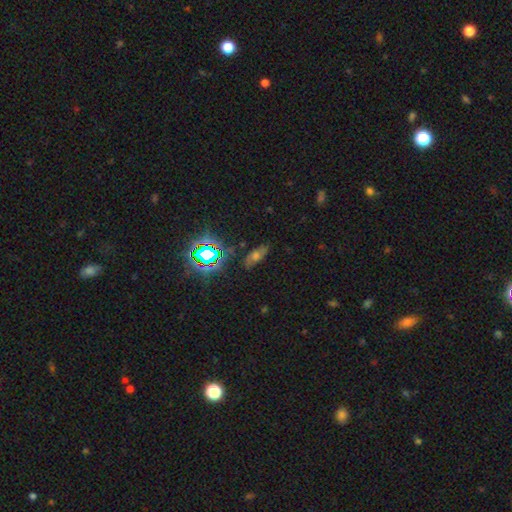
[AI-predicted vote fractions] Smooth or featured? Predicted: star or artifact (p=0.39).